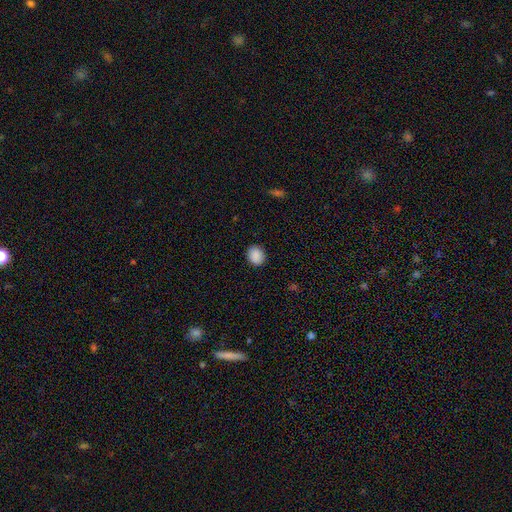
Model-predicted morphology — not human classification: Smooth or featured?
  - smooth: 89% *
  - star or artifact: 8%
  - featured or disk: 3%
How rounded?
  - round: 52% *
  - in between: 47%
  - cigar-shaped: 1%
Merging?
  - none: 88% *
  - minor disturbance: 8%
  - major disturbance: 2%
  - merger: 1%